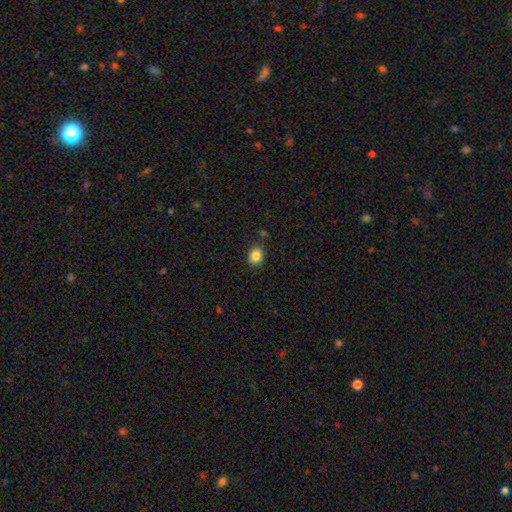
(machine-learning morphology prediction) Overall: smooth (85%). How rounded: round (60%; in between 39%). Merging: none (86%).